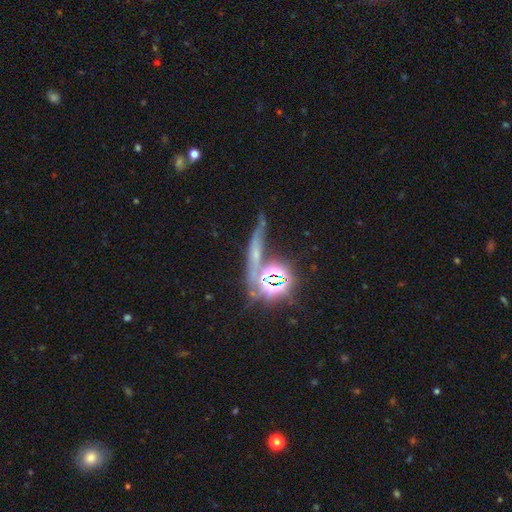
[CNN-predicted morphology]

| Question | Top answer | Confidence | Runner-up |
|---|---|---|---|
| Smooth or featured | star or artifact | 51% | featured or disk (26%) |